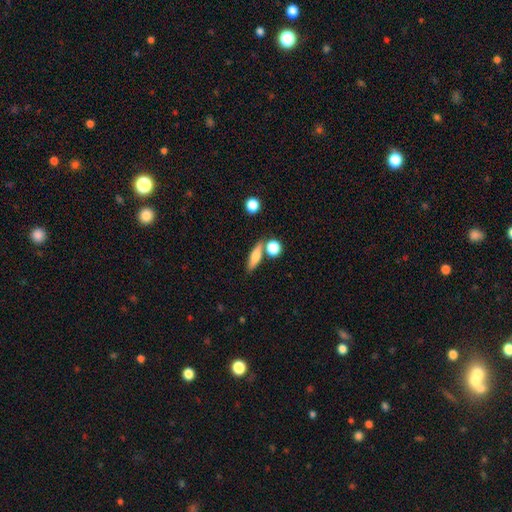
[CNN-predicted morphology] smooth_or_featured: smooth (p=0.69) [alt: featured or disk p=0.23]
how_rounded: cigar-shaped (p=0.52) [alt: in between p=0.37]
merging: none (p=0.67) [alt: merger p=0.17]